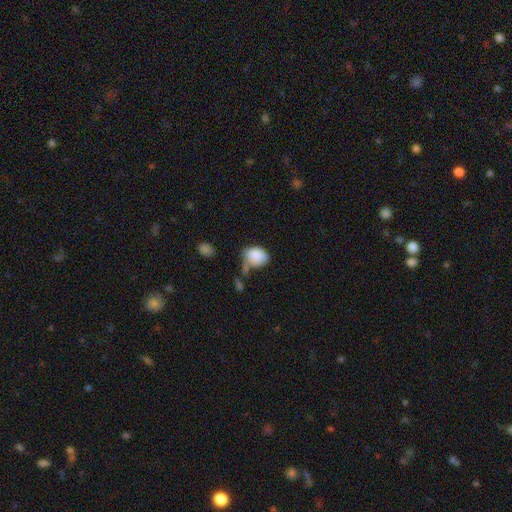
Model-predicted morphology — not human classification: This is clearly a smooth galaxy (85%). How rounded: likely in between (64%). Merging: marginally none (41%).